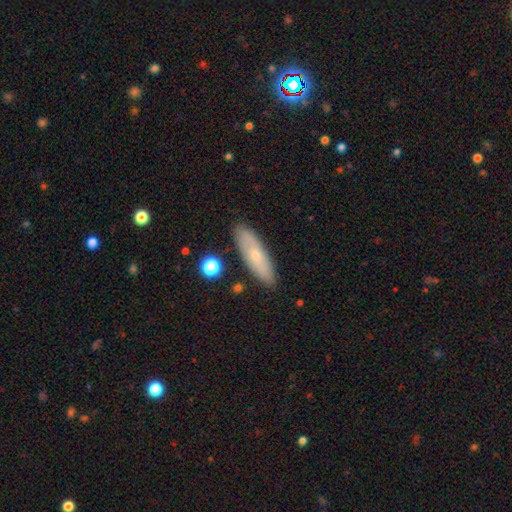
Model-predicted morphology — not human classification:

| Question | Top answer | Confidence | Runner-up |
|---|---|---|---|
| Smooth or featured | smooth | 57% | featured or disk (35%) |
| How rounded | cigar-shaped | 54% | in between (43%) |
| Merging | none | 86% | minor disturbance (10%) |